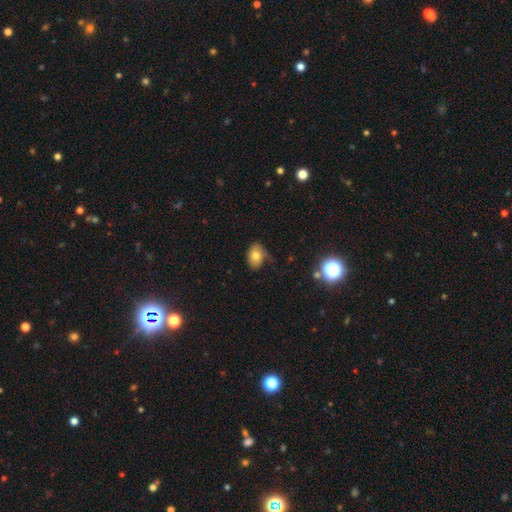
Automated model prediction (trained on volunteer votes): smooth-or-featured: smooth: 71% | featured or disk: 19% | star or artifact: 11%
  how-rounded: in between: 79% | round: 20% | cigar-shaped: 1%
  merging: none: 51% | minor disturbance: 32% | major disturbance: 14% | merger: 3%